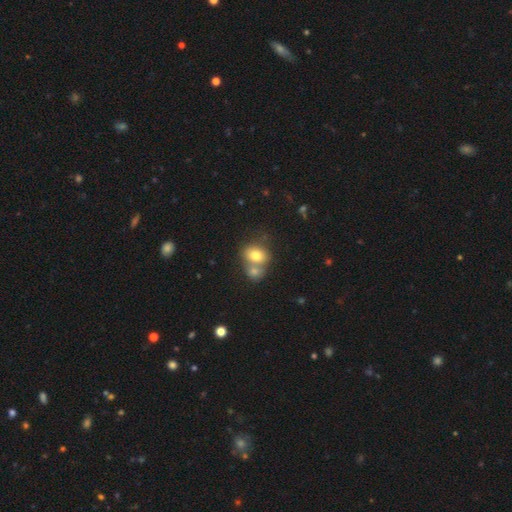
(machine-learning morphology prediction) type=smooth (77%); roundness=round (51%); merging=merger (54%).